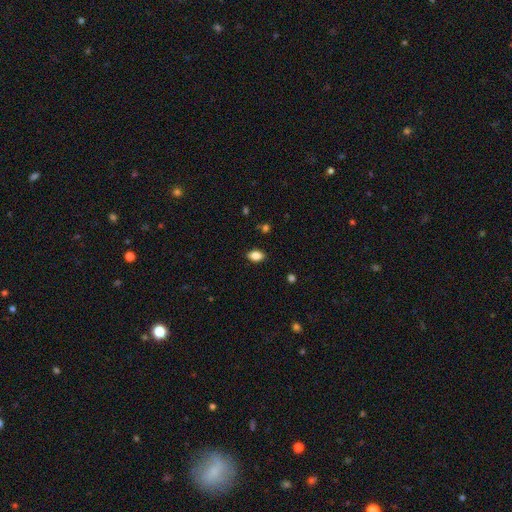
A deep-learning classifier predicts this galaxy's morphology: This is clearly a smooth galaxy (86%). How rounded: clearly in between (88%). Merging: clearly none (88%).